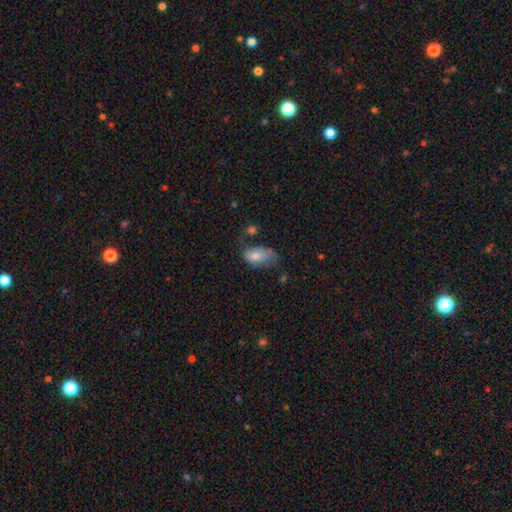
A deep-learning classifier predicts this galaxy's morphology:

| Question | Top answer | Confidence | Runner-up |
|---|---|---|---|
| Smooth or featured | smooth | 67% | featured or disk (24%) |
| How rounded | in between | 90% | round (7%) |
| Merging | minor disturbance | 34% | none (32%) |